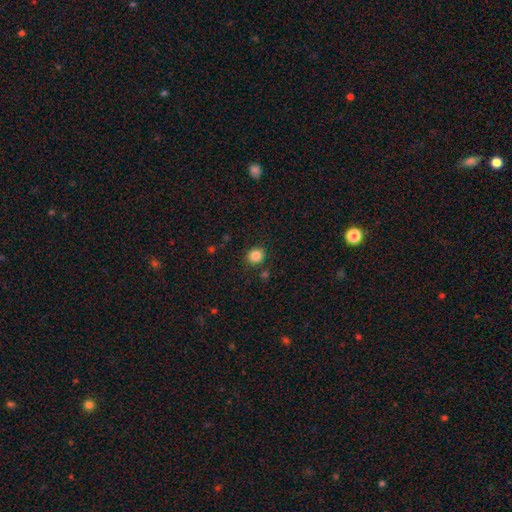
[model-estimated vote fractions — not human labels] smooth-or-featured: smooth: 86% | star or artifact: 11% | featured or disk: 4%
  how-rounded: round: 86% | in between: 13% | cigar-shaped: 1%
  merging: none: 85% | minor disturbance: 8% | merger: 4% | major disturbance: 3%